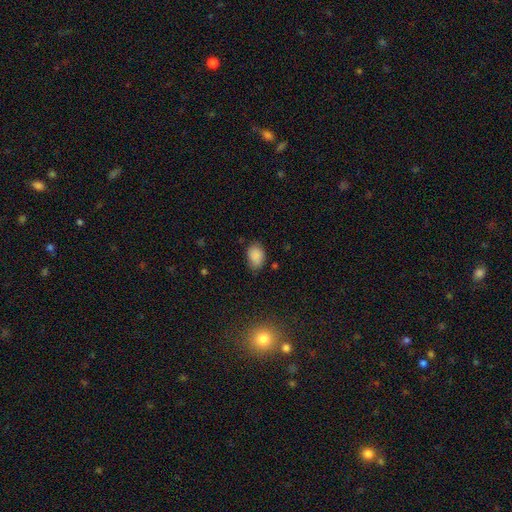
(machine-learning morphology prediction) This is clearly a smooth galaxy (87%). How rounded: clearly in between (81%). Merging: likely none (70%).